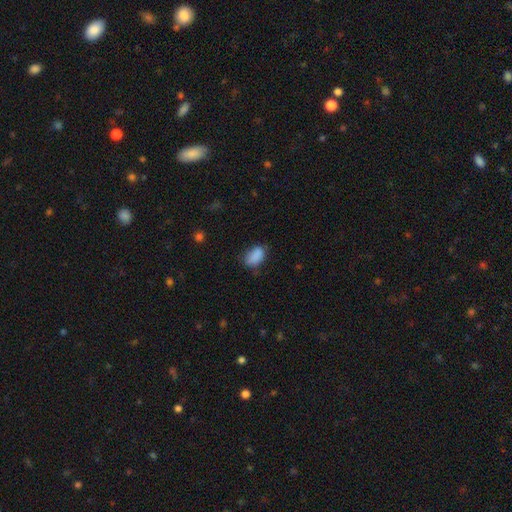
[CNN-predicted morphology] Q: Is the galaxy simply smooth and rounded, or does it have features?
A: smooth — 86%.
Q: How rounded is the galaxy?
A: in between — 89%.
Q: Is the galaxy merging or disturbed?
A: none — 66%.